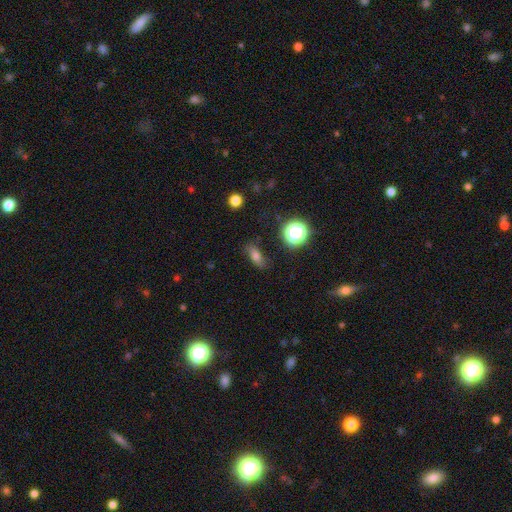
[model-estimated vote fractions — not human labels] Smooth or featured? smooth (72%)
How rounded? in between (72%)
Merging? none (78%)